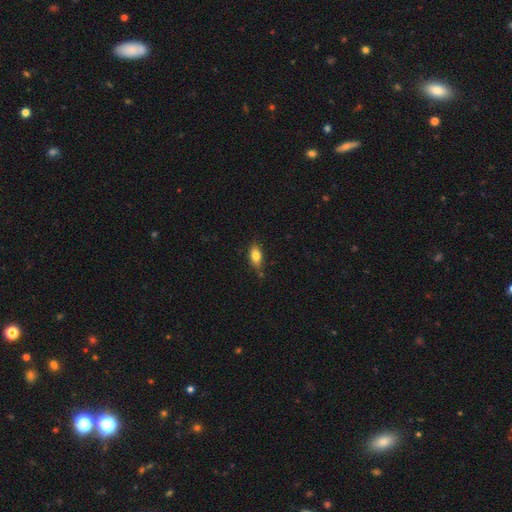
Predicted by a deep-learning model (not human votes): A smooth galaxy with no disk features (78%) that is in between round and cigar-shaped (85%).

Vote fractions:
- Smooth or featured? smooth: 78% / featured or disk: 14% / star or artifact: 8%
- How rounded? in between: 85% / cigar-shaped: 8% / round: 7%
- Merging? none: 73% / minor disturbance: 20% / merger: 4% / major disturbance: 3%